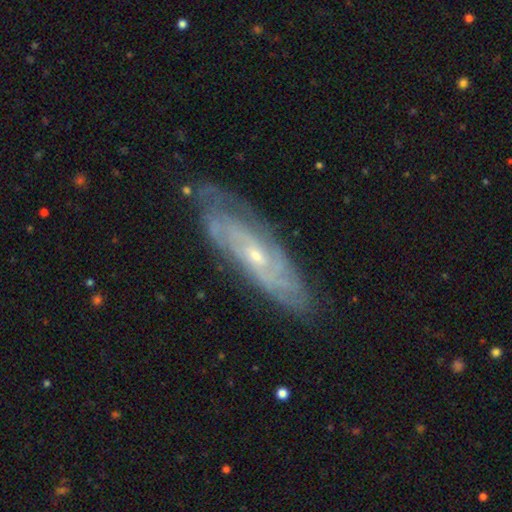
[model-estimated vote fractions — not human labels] Q: Smooth or featured?
A: featured or disk (80%); runner-up: smooth (13%)
Q: Edge-on disk?
A: no (76%); runner-up: yes (24%)
Q: Bar?
A: no (66%); runner-up: weak (27%)
Q: Spiral arms?
A: yes (90%); runner-up: no (10%)
Q: Spiral winding?
A: tight (64%); runner-up: medium (28%)
Q: Spiral arm count?
A: can't tell (51%); runner-up: 2 (24%)
Q: Bulge size?
A: small (70%); runner-up: moderate (27%)
Q: Merging?
A: none (77%); runner-up: minor disturbance (17%)